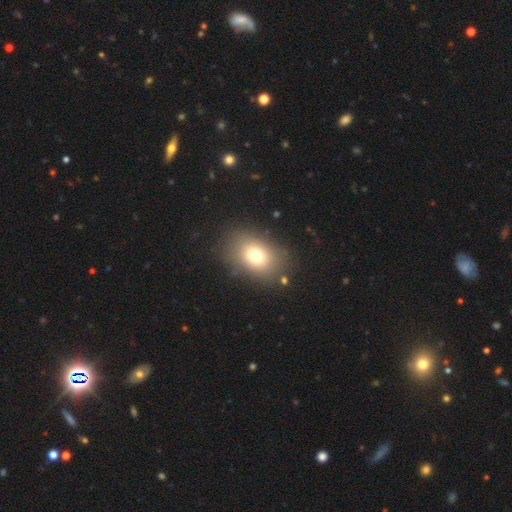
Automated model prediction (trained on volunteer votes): The model was most divided on "how rounded": in between: 72%, round: 27%, cigar-shaped: 1%. More confident: merging — none (81%); smooth or featured — smooth (75%).